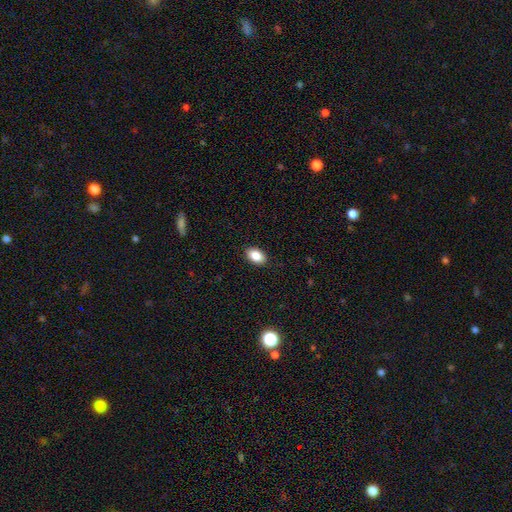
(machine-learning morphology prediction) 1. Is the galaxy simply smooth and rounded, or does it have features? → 86% smooth, 8% star or artifact, 6% featured or disk.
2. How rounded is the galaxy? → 89% in between, 10% round, 1% cigar-shaped.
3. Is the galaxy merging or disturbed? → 89% none, 8% minor disturbance, 2% major disturbance, 1% merger.